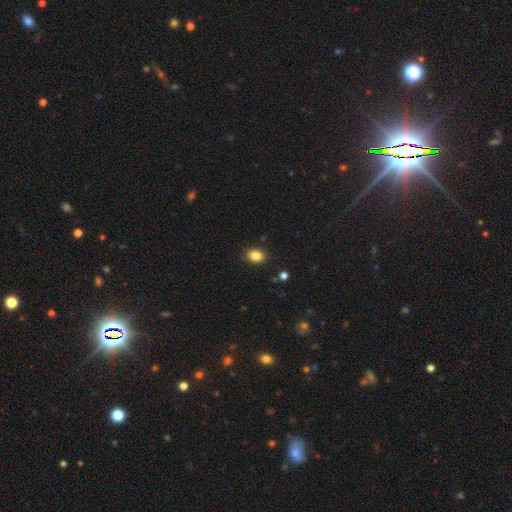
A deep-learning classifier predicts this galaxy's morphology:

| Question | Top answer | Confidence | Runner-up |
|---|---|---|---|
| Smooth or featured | smooth | 85% | star or artifact (10%) |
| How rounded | in between | 61% | round (38%) |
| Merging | none | 86% | minor disturbance (10%) |